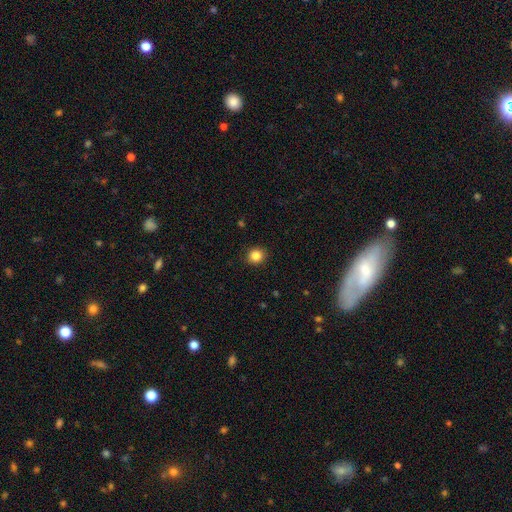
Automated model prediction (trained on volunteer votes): This is clearly a smooth galaxy (85%). How rounded: clearly round (86%). Merging: clearly none (92%).